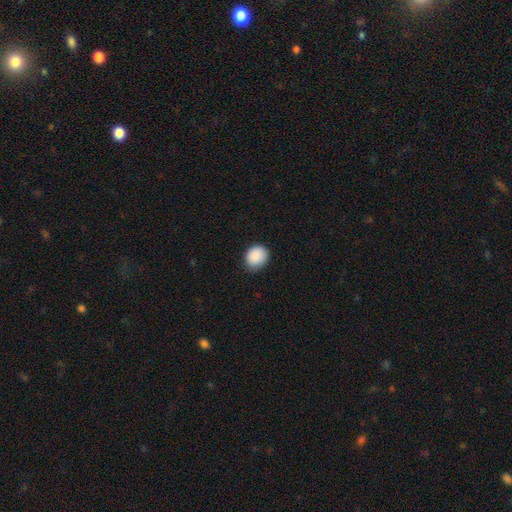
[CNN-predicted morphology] smooth_or_featured: smooth (p=0.89) [alt: star or artifact p=0.08]
how_rounded: round (p=0.62) [alt: in between p=0.37]
merging: none (p=0.76) [alt: minor disturbance p=0.20]